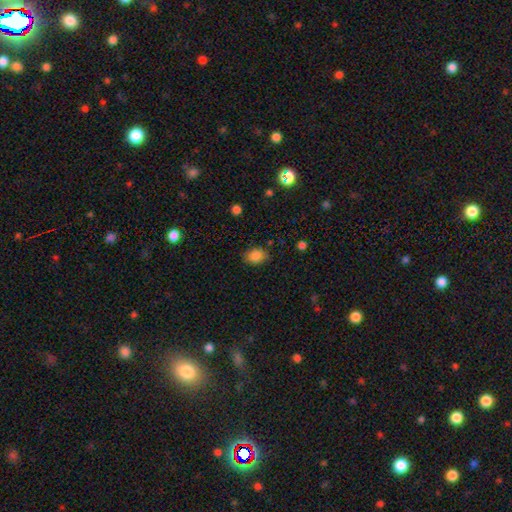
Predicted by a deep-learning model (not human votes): The model was most divided on "how rounded": in between: 66%, round: 33%, cigar-shaped: 1%. More confident: smooth or featured — smooth (84%); merging — none (80%).